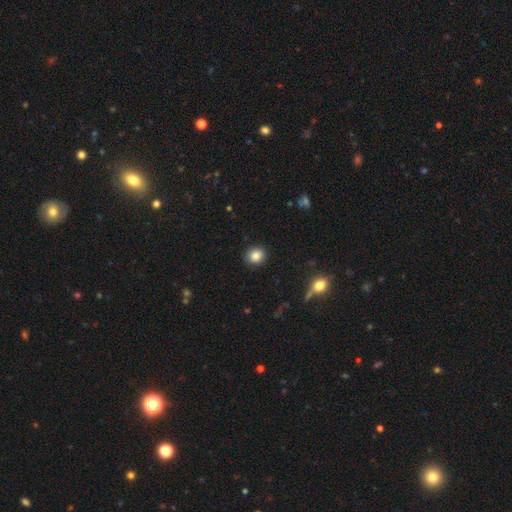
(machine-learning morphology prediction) Smooth or featured: smooth — 85% (star or artifact — 10%)
How rounded: round — 81% (in between — 18%)
Merging: none — 90% (minor disturbance — 7%)